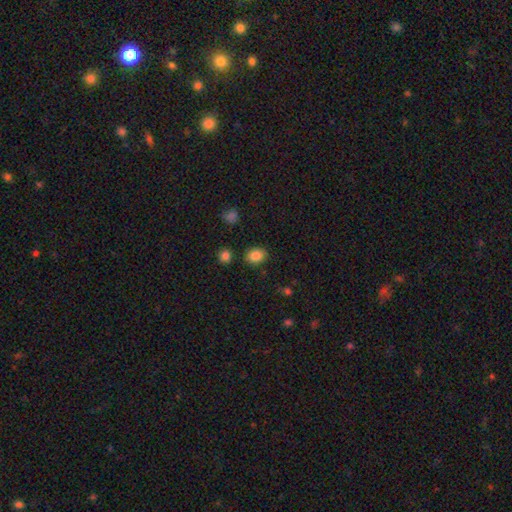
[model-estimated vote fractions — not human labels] A smooth galaxy with no disk features (84%) that is in between round and cigar-shaped (55%). Merging: none (86%).